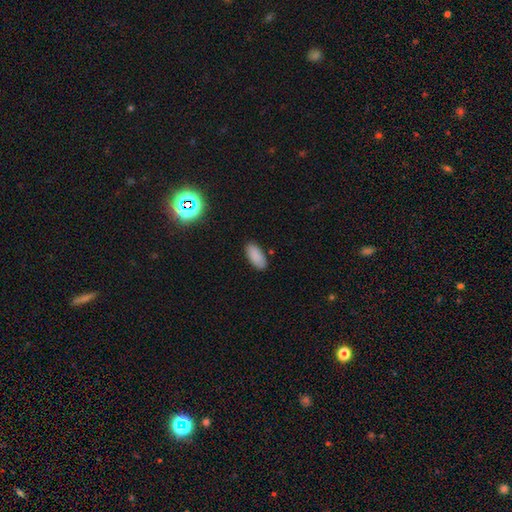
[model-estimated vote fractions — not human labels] Morphology: type=smooth (86%); roundness=in between (89%); merging=none (86%).